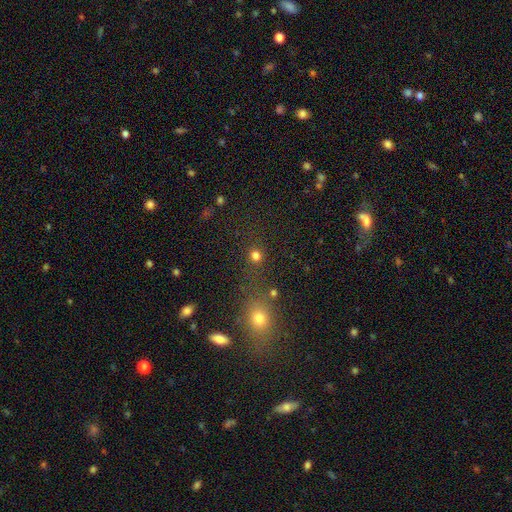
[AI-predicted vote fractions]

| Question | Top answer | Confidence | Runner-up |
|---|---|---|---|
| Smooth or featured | smooth | 76% | star or artifact (19%) |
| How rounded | round | 88% | in between (11%) |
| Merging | none | 78% | merger (10%) |